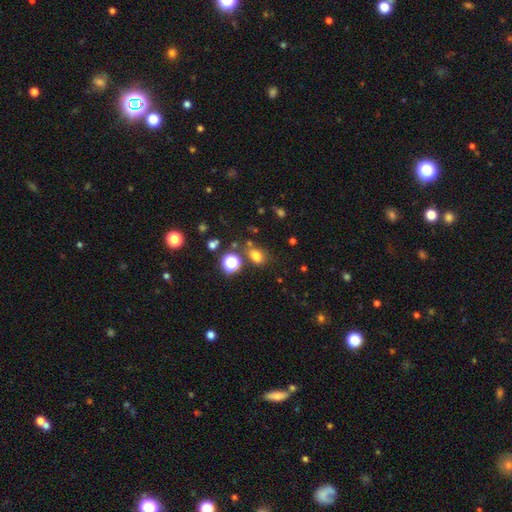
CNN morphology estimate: The model was most divided on "how rounded": in between: 60%, round: 38%, cigar-shaped: 1%. More confident: smooth or featured — smooth (72%); merging — none (70%).